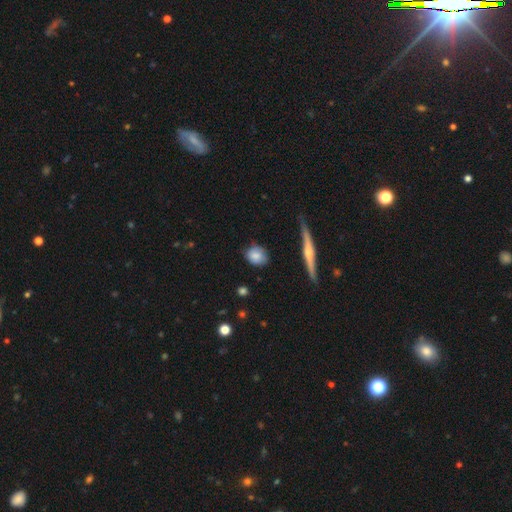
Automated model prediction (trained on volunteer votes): This is likely a smooth galaxy (78%). How rounded: likely round (65%). Merging: likely none (75%).